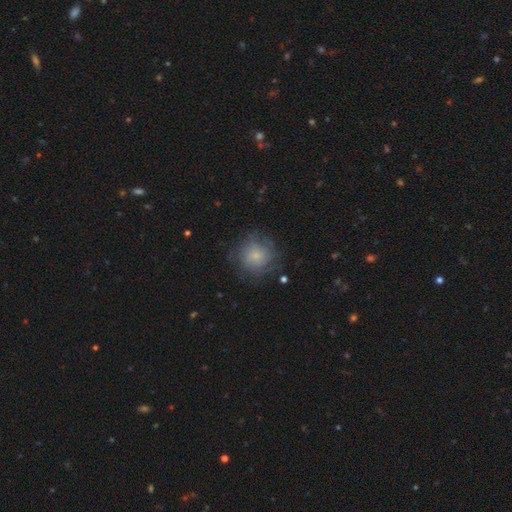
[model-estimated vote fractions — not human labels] The model was most divided on "smooth or featured": smooth: 58%, featured or disk: 31%, star or artifact: 11%. More confident: how rounded — round (90%); merging — none (70%).